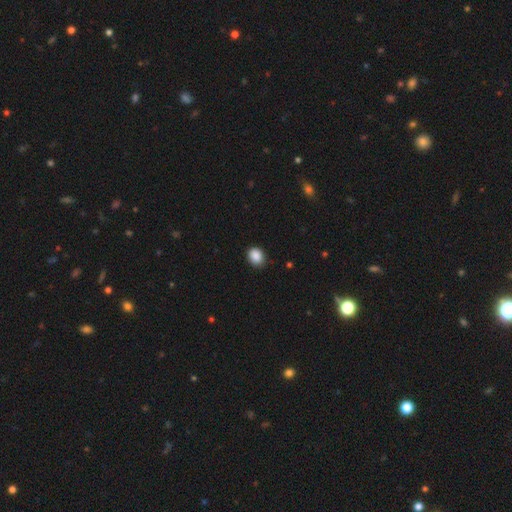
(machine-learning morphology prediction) smooth_or_featured: smooth (p=0.88) [alt: star or artifact p=0.09]
how_rounded: round (p=0.53) [alt: in between p=0.46]
merging: none (p=0.84) [alt: minor disturbance p=0.13]